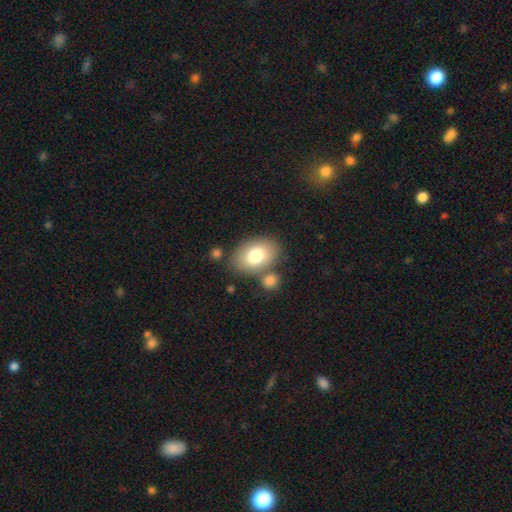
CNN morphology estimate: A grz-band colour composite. It shows a smooth galaxy with no disk features (76%) that is in between round and cigar-shaped (83%). Merging: none (69%).